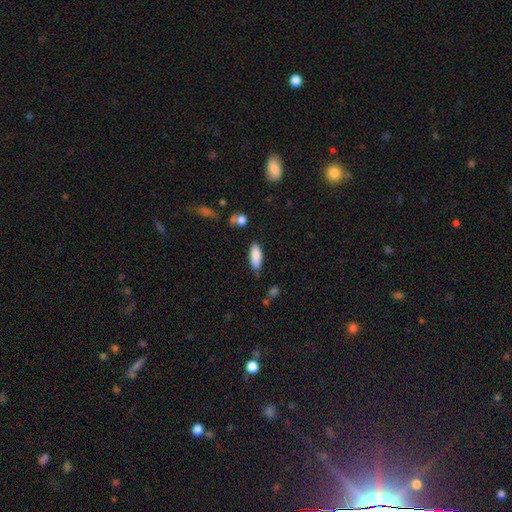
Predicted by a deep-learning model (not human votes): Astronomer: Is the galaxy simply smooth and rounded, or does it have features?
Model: smooth — 86%.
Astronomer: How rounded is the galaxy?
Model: in between — 70%.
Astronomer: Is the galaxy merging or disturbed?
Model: none — 77%.